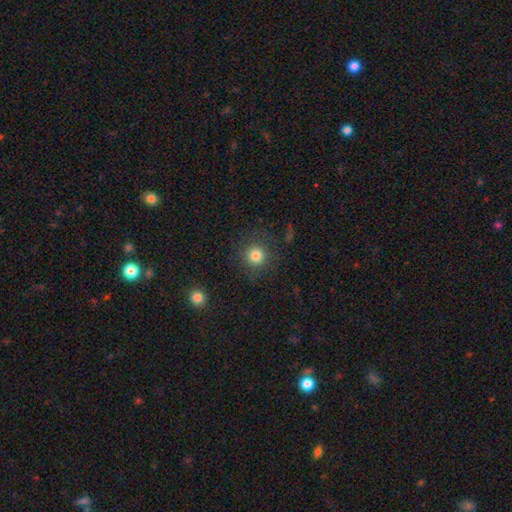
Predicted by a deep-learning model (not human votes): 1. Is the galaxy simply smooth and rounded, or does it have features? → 81% smooth, 12% star or artifact, 7% featured or disk.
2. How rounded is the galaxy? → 93% round, 6% in between, 1% cigar-shaped.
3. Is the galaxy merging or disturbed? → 84% none, 9% minor disturbance, 5% major disturbance, 2% merger.